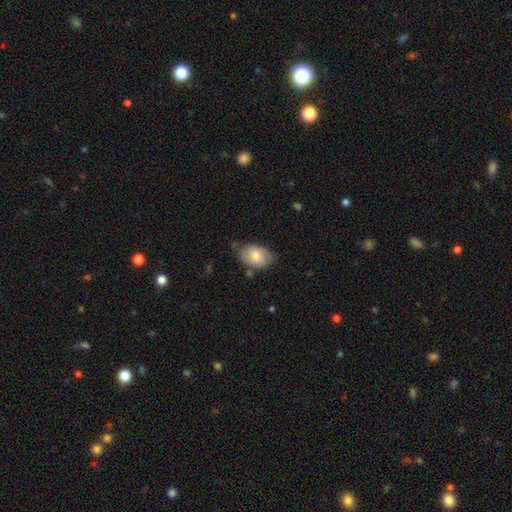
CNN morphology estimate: The model was most divided on "merging": none: 73%, minor disturbance: 21%, major disturbance: 4%, merger: 3%. More confident: how rounded — in between (85%); smooth or featured — smooth (76%).